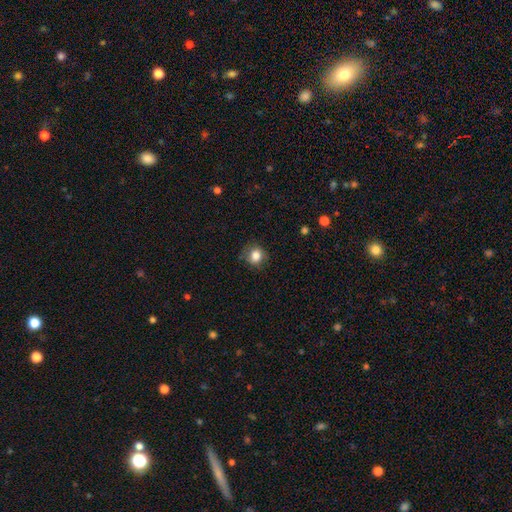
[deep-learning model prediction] Smooth or featured: smooth — 83% (star or artifact — 10%)
How rounded: round — 77% (in between — 22%)
Merging: none — 78% (minor disturbance — 17%)